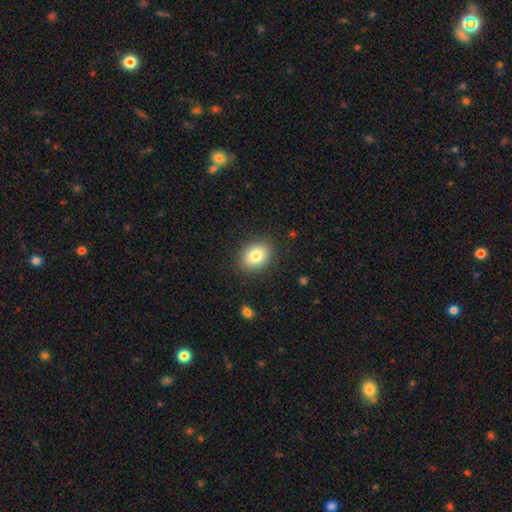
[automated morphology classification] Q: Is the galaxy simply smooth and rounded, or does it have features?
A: smooth — 82%.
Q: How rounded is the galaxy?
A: in between — 65%.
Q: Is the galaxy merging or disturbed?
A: none — 87%.